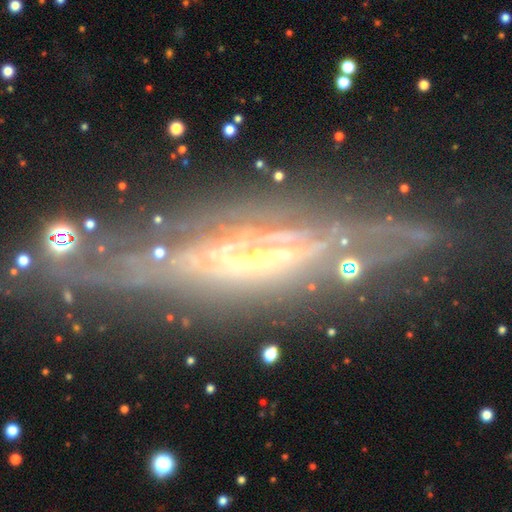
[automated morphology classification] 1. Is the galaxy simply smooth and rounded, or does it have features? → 74% featured or disk, 13% star or artifact, 12% smooth.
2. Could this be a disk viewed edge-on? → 66% yes, 34% no.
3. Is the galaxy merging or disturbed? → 60% none, 19% minor disturbance, 16% major disturbance, 5% merger.